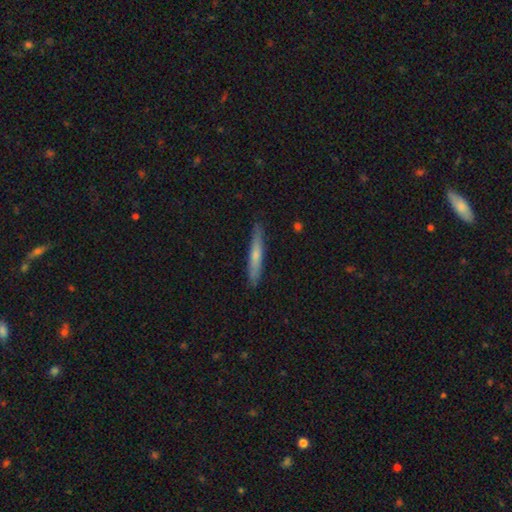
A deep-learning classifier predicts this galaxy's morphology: smooth-or-featured: smooth: 59% | featured or disk: 36% | star or artifact: 6%
  how-rounded: cigar-shaped: 94% | in between: 4% | round: 1%
  merging: none: 88% | minor disturbance: 9% | major disturbance: 2% | merger: 1%